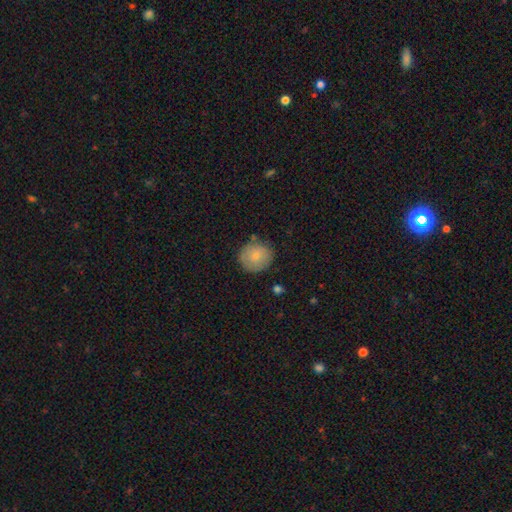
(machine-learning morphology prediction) smooth_or_featured: smooth (p=0.79) [alt: featured or disk p=0.14]
how_rounded: round (p=0.88) [alt: in between p=0.11]
merging: none (p=0.80) [alt: minor disturbance p=0.14]